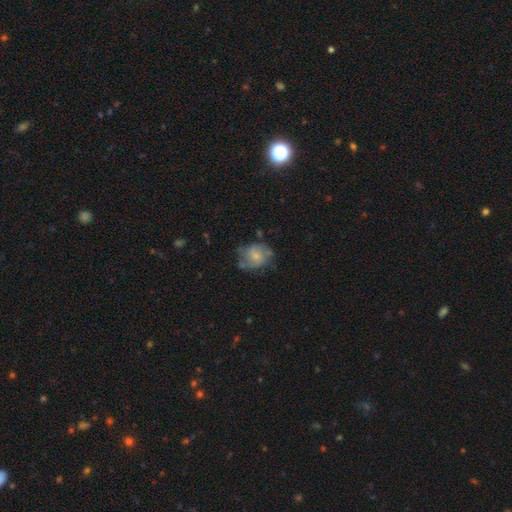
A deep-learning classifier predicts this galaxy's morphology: Overall: featured or disk (49%; smooth 43%). Merging: none (54%; minor disturbance 29%).